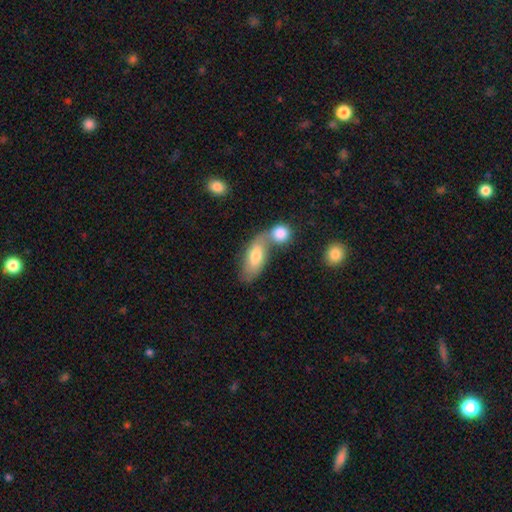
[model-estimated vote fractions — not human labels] Smooth or featured?
  - smooth: 69% *
  - featured or disk: 25%
  - star or artifact: 7%
How rounded?
  - in between: 84% *
  - cigar-shaped: 11%
  - round: 5%
Merging?
  - merger: 56% *
  - none: 28%
  - minor disturbance: 10%
  - major disturbance: 6%